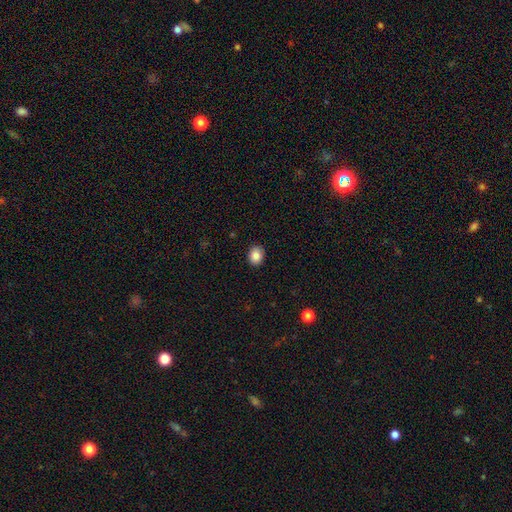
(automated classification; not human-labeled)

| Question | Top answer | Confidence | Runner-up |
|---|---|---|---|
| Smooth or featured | smooth | 87% | star or artifact (9%) |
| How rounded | round | 53% | in between (46%) |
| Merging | none | 90% | minor disturbance (8%) |